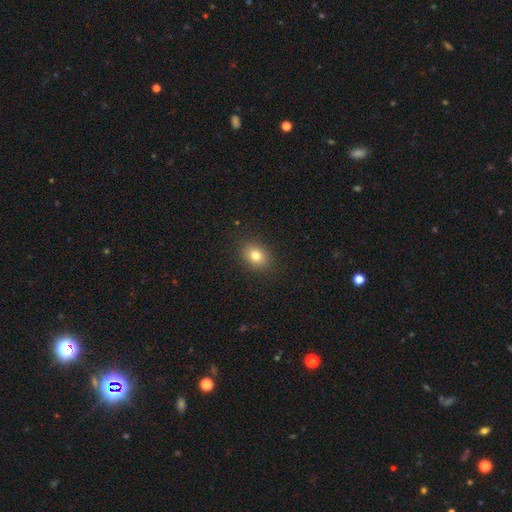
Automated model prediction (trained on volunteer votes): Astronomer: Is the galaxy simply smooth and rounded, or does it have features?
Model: smooth — 80%.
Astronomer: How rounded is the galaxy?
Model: in between — 54% (runner-up: round, 45%).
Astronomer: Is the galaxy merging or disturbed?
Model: none — 88%.